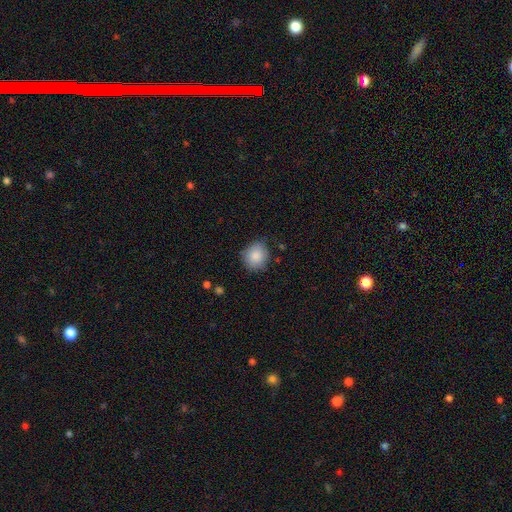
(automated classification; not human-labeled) Smooth or featured: smooth — 87% (star or artifact — 8%)
How rounded: round — 81% (in between — 18%)
Merging: none — 78% (minor disturbance — 17%)